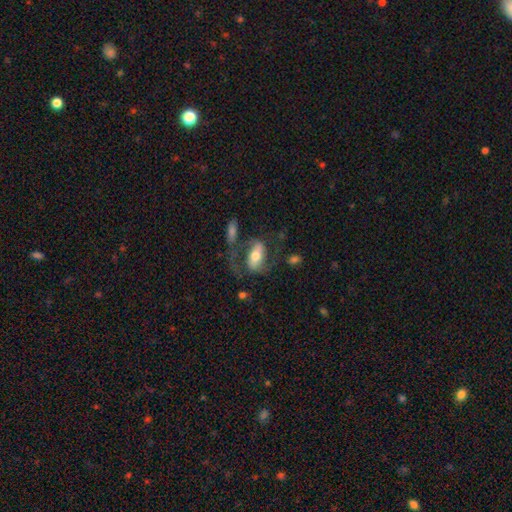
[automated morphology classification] smooth-or-featured: featured or disk: 66% | smooth: 27% | star or artifact: 7%
  disk-edge-on: no: 93% | yes: 7%
    bar: strong: 46% | weak: 31% | no: 23%
    has-spiral-arms: yes: 83% | no: 17%
      spiral-winding: medium: 45% | loose: 41% | tight: 14%
      spiral-arm-count: 2: 86% | 1: 6% | can't tell: 5% | 3: 1% | 4: 1% | more than 4: 1%
    bulge-size: moderate: 62% | large: 18% | small: 16% | dominant: 2% | none: 2%
  merging: none: 50% | major disturbance: 25% | minor disturbance: 17% | merger: 9%